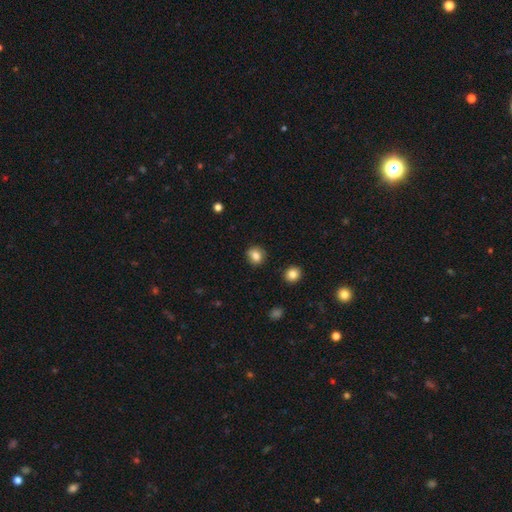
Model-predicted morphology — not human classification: Smooth or featured: smooth — 81% (star or artifact — 11%)
How rounded: round — 77% (in between — 22%)
Merging: none — 82% (minor disturbance — 13%)